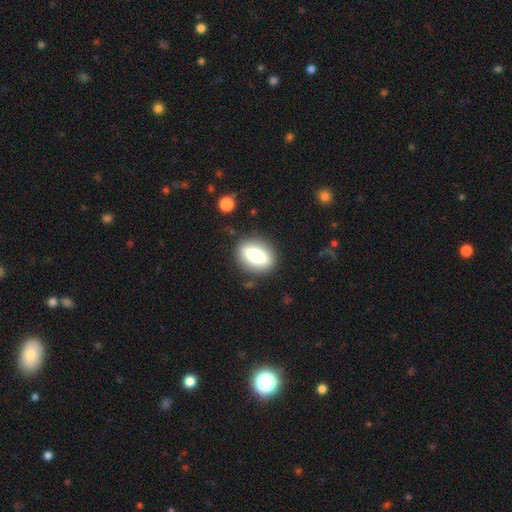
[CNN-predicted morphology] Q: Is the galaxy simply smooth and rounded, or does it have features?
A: smooth — 66%.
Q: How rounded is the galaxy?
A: in between — 70%.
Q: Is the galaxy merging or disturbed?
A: none — 86%.